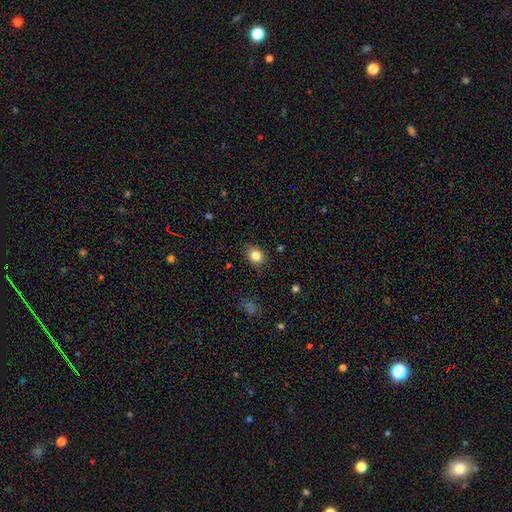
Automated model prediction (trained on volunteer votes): This is clearly a smooth galaxy (82%). How rounded: possibly round (57%). Merging: clearly none (82%).